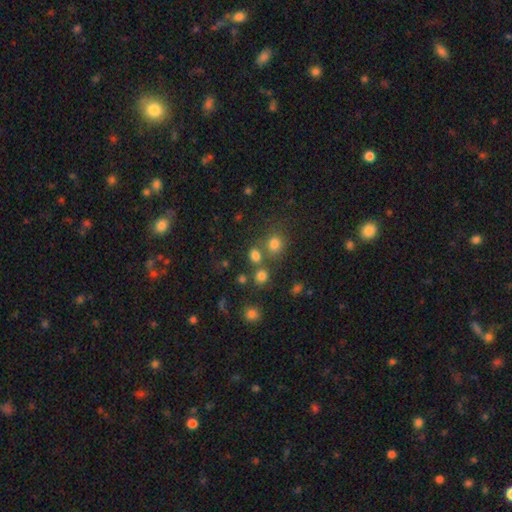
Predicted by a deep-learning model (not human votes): A smooth galaxy with no disk features (75%) that is round (66%). Merging: none (63%).